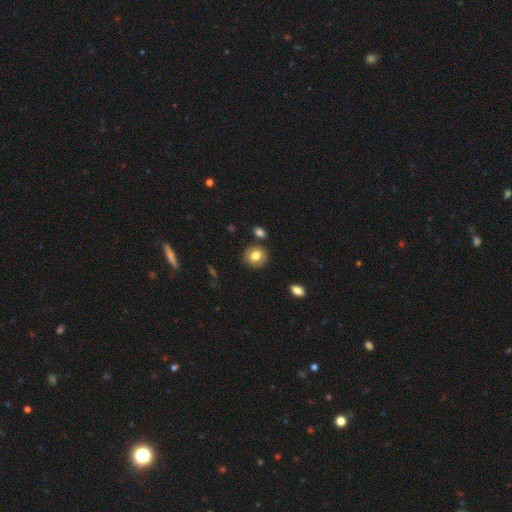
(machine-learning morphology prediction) A smooth galaxy with no disk features (80%) that is round (82%). Merging: none (84%).